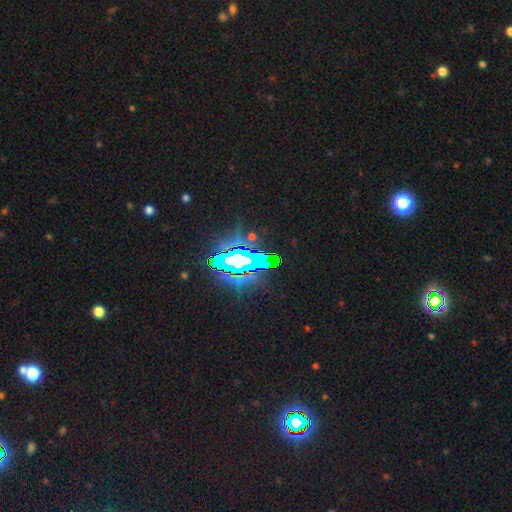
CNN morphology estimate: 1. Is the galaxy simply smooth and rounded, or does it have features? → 65% star or artifact, 20% featured or disk, 15% smooth.